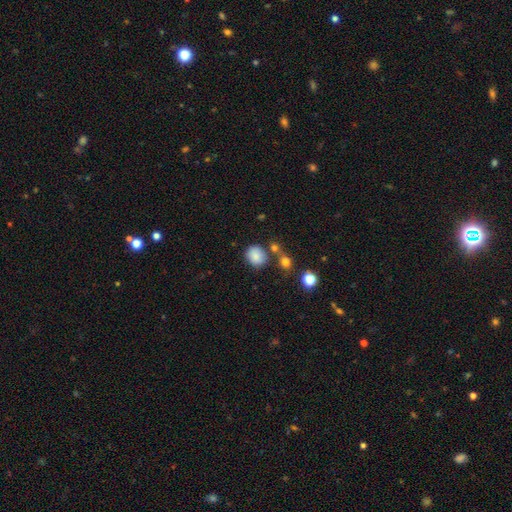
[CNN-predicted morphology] Smooth or featured? smooth (84%)
How rounded? round (73%)
Merging? none (68%)